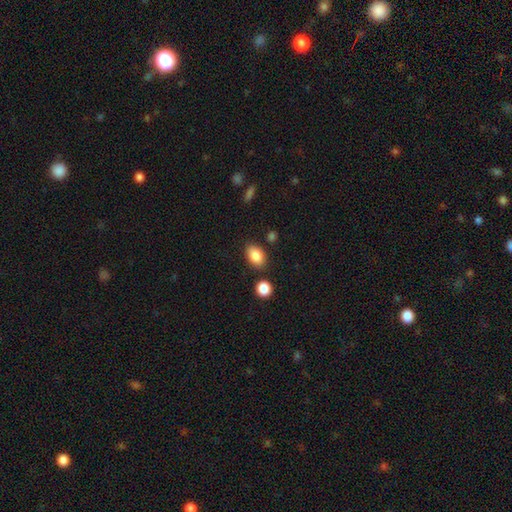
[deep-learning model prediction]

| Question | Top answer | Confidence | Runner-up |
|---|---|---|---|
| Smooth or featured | smooth | 86% | star or artifact (8%) |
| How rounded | in between | 84% | round (14%) |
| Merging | none | 80% | minor disturbance (12%) |